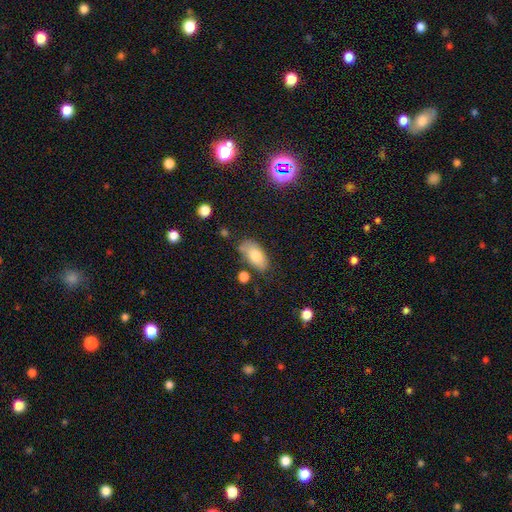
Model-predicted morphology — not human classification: A smooth galaxy with no disk features (77%) that is in between round and cigar-shaped (92%).

Vote fractions:
- Smooth or featured? smooth: 77% / featured or disk: 15% / star or artifact: 8%
- How rounded? in between: 92% / cigar-shaped: 4% / round: 4%
- Merging? none: 64% / minor disturbance: 23% / merger: 7% / major disturbance: 6%